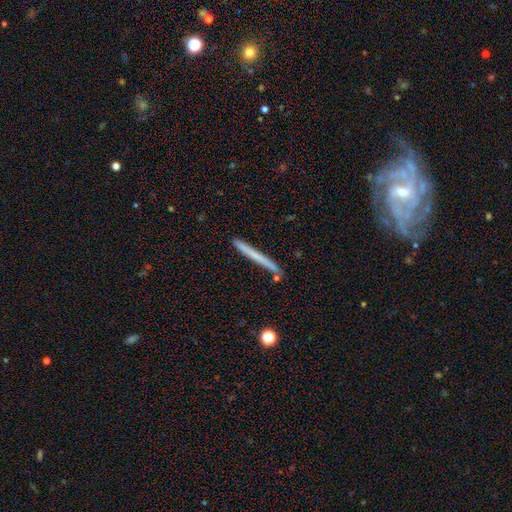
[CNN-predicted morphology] This is possibly a smooth galaxy (57%). How rounded: clearly cigar-shaped (97%). Merging: clearly none (88%).